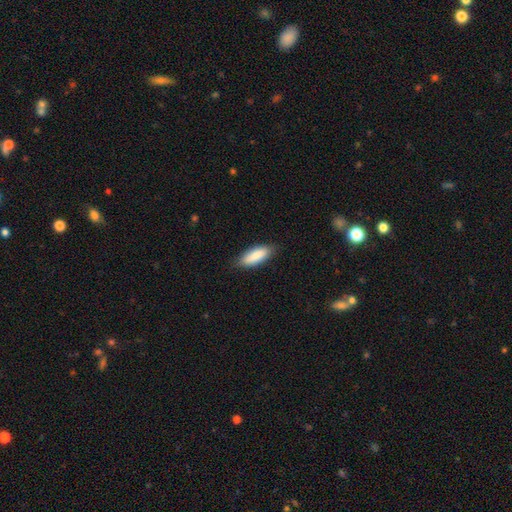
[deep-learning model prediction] Q: Smooth or featured?
A: smooth (86%); runner-up: featured or disk (8%)
Q: How rounded?
A: in between (68%); runner-up: cigar-shaped (30%)
Q: Merging?
A: none (81%); runner-up: minor disturbance (15%)